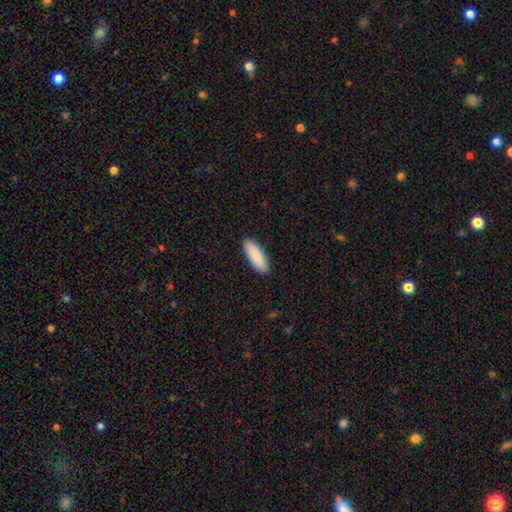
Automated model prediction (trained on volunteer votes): A smooth galaxy with no disk features (90%) that is in between round and cigar-shaped (68%).

Vote fractions:
- Smooth or featured? smooth: 90% / star or artifact: 5% / featured or disk: 5%
- How rounded? in between: 68% / cigar-shaped: 30% / round: 1%
- Merging? none: 90% / minor disturbance: 7% / major disturbance: 1% / merger: 1%